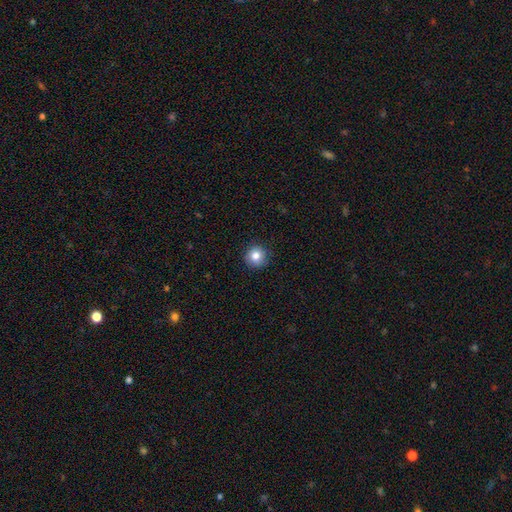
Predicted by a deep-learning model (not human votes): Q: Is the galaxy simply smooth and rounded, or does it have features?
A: smooth — 83%.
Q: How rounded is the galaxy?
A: round — 94%.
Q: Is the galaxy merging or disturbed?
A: none — 89%.